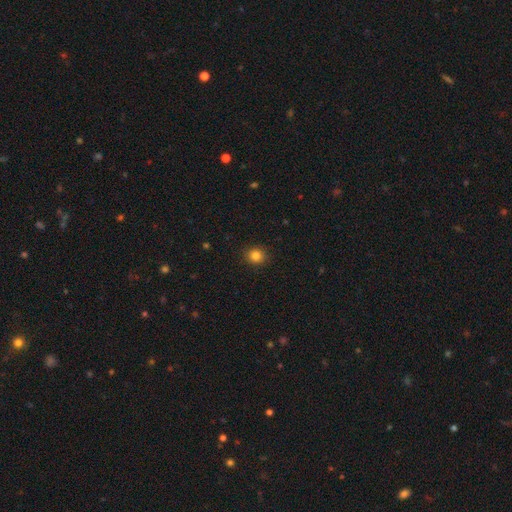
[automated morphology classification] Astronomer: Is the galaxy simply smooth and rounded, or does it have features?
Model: smooth — 84%.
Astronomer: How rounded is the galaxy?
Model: round — 85%.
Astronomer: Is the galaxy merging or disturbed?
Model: none — 91%.